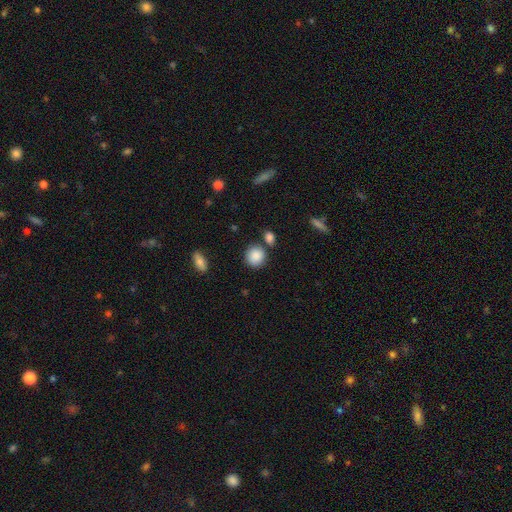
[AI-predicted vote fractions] This is clearly a smooth galaxy (88%). How rounded: clearly round (84%). Merging: likely none (75%).